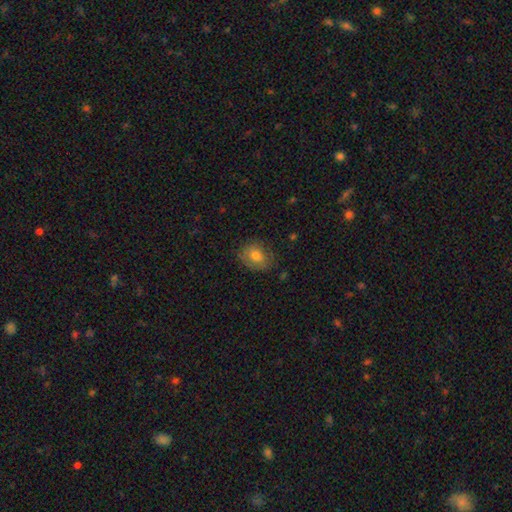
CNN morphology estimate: smooth 72%, featured or disk 19%, star or artifact 9%. Down the decision tree: how rounded — in between (57%); merging — none (72%).